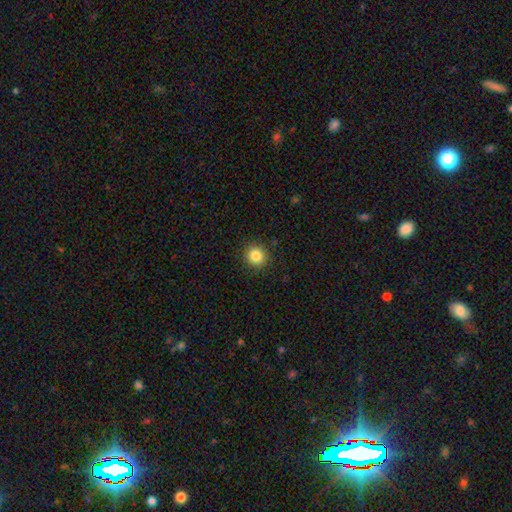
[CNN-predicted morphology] Smooth or featured?
  - smooth: 85% *
  - star or artifact: 11%
  - featured or disk: 5%
How rounded?
  - round: 92% *
  - in between: 7%
  - cigar-shaped: 1%
Merging?
  - none: 91% *
  - minor disturbance: 6%
  - major disturbance: 2%
  - merger: 1%